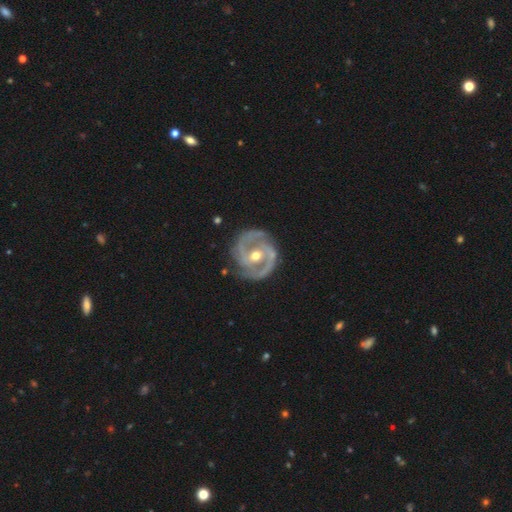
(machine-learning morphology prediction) Overall: featured or disk (92%). Edge-on disk: no (98%). Bar: no (38%; weak 35%). Spiral arms: yes (98%). Spiral arm count: 2 (84%). Spiral winding: medium (47%; tight 45%). Bulge size: moderate (67%; small 29%). Merging: none (81%).